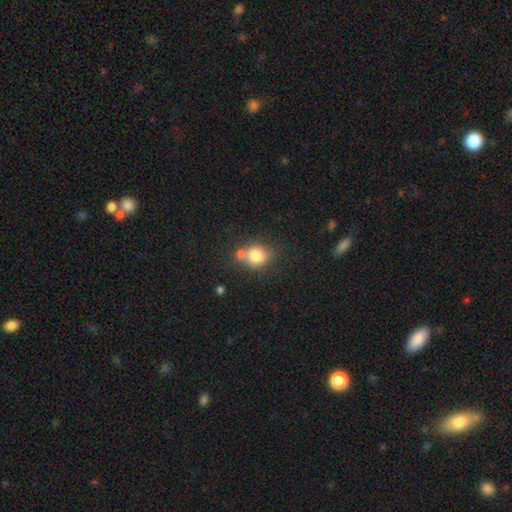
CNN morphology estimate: type=smooth (80%); roundness=round (63%); merging=none (48%).